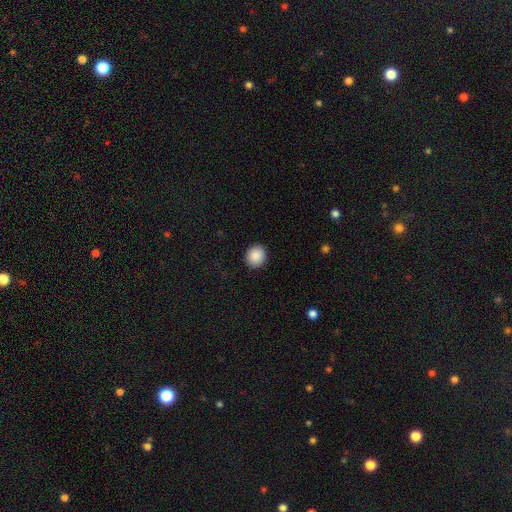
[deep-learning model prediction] A smooth galaxy with no disk features (89%) that is round (85%).

Vote fractions:
- Smooth or featured? smooth: 89% / star or artifact: 8% / featured or disk: 3%
- How rounded? round: 85% / in between: 14% / cigar-shaped: 1%
- Merging? none: 91% / minor disturbance: 6% / major disturbance: 2% / merger: 1%